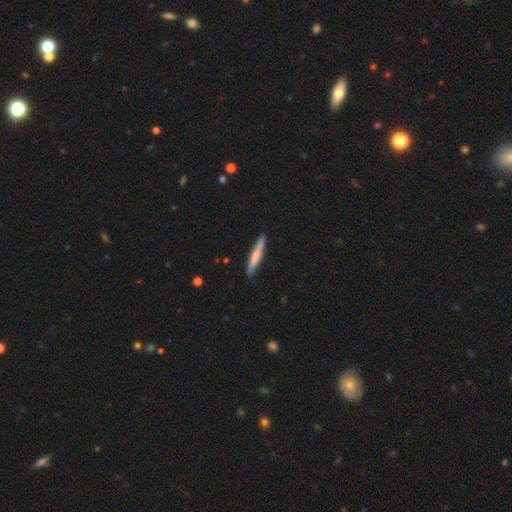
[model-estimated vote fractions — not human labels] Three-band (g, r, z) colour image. It shows a smooth galaxy with no disk features (69%) that is cigar-shaped (94%). Merging: none (88%).